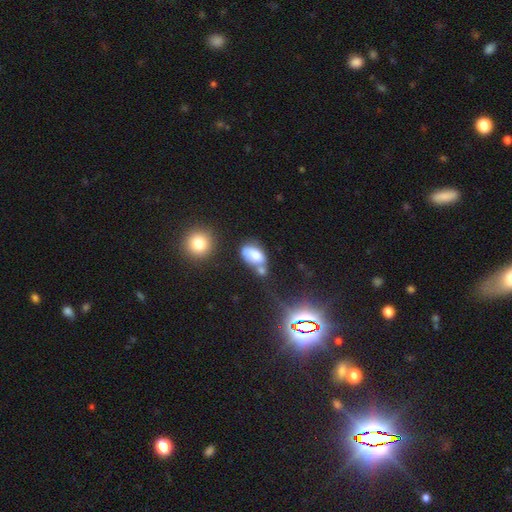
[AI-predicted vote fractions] Smooth or featured?
  - smooth: 65% *
  - featured or disk: 23%
  - star or artifact: 12%
How rounded?
  - in between: 87% *
  - round: 11%
  - cigar-shaped: 2%
Merging?
  - merger: 35% *
  - none: 32%
  - minor disturbance: 20%
  - major disturbance: 13%